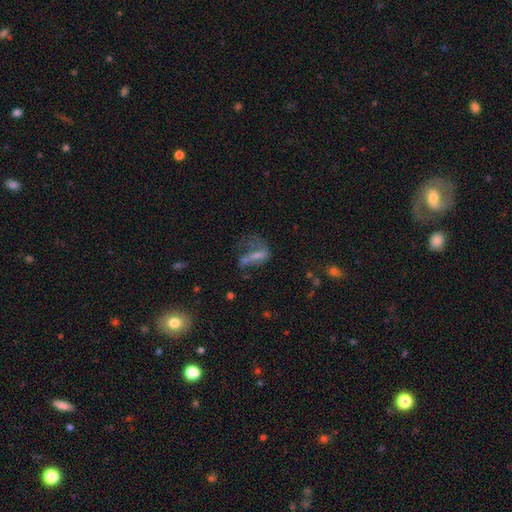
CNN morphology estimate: The model was most divided on "smooth or featured": smooth: 43%, featured or disk: 42%, star or artifact: 15%. More confident: merging — major disturbance (51%).